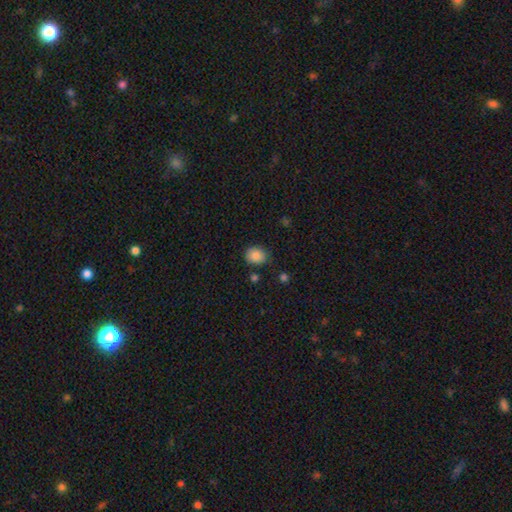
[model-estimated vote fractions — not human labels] Smooth or featured? smooth (87%)
How rounded? round (60%)
Merging? none (77%)